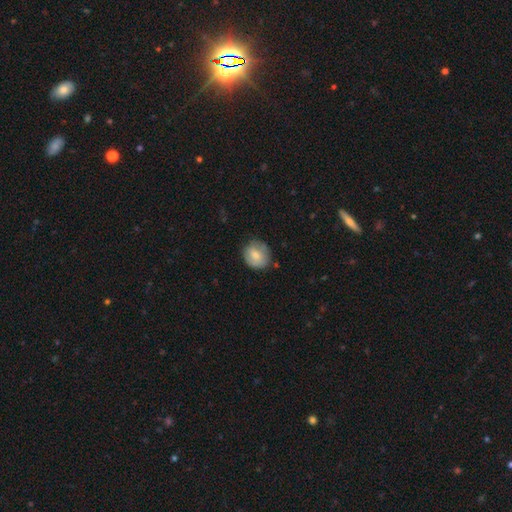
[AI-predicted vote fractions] Smooth or featured?
  - smooth: 74% *
  - featured or disk: 19%
  - star or artifact: 7%
How rounded?
  - round: 77% *
  - in between: 22%
  - cigar-shaped: 1%
Merging?
  - none: 73% *
  - minor disturbance: 20%
  - major disturbance: 5%
  - merger: 2%